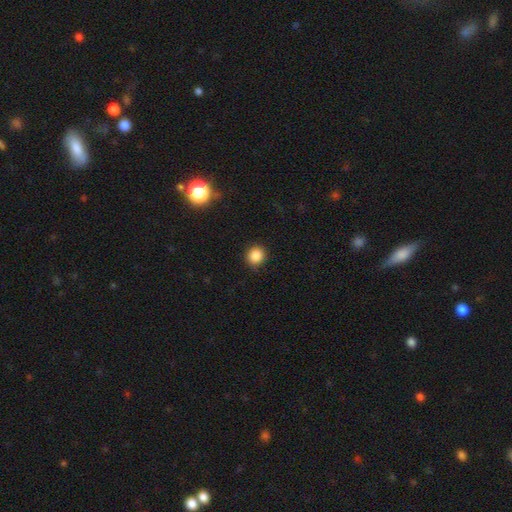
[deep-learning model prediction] A smooth galaxy with no disk features (86%) that is round (88%). Merging: none (89%).